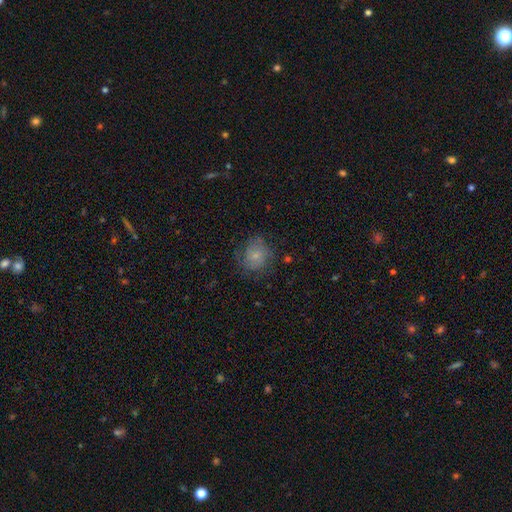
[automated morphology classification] Smooth or featured?
  - smooth: 61% *
  - featured or disk: 29%
  - star or artifact: 10%
How rounded?
  - round: 73% *
  - in between: 26%
  - cigar-shaped: 1%
Merging?
  - none: 65% *
  - minor disturbance: 22%
  - major disturbance: 11%
  - merger: 2%